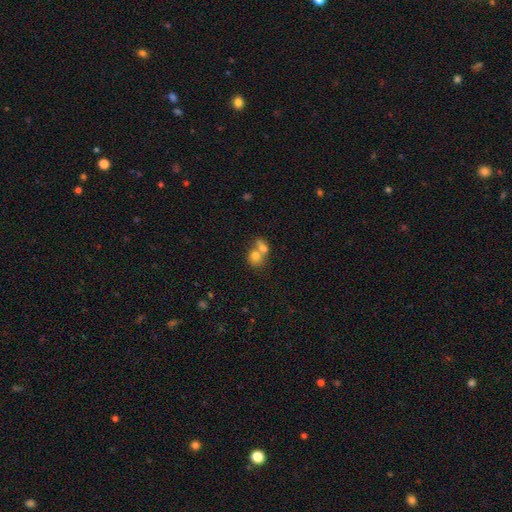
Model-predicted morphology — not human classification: This appears to be a smooth galaxy with no disk features (72%) that is round (66%). Merging: merger (64%).